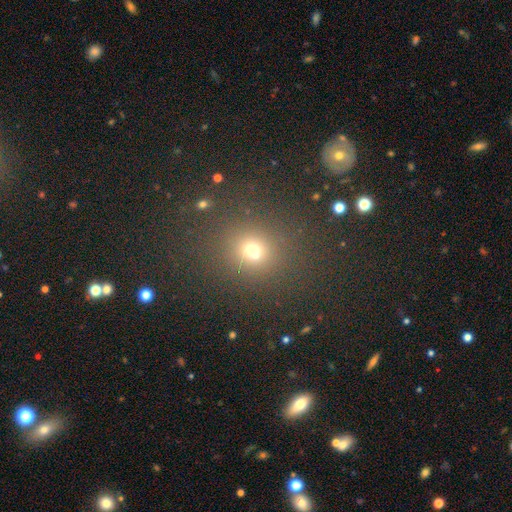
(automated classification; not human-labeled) This is likely a smooth galaxy (67%). How rounded: likely round (79%). Merging: likely none (73%).